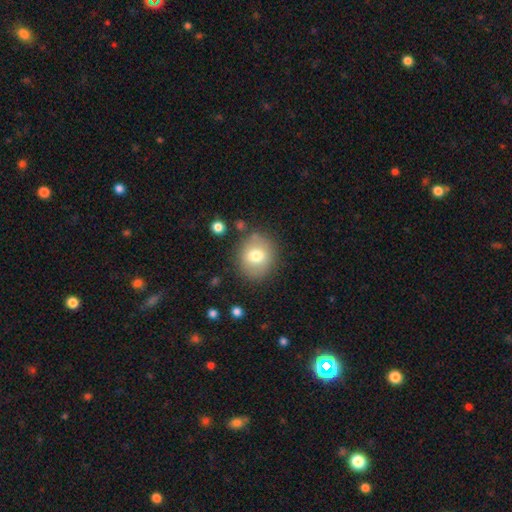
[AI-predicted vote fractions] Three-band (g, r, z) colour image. It shows a smooth galaxy with no disk features (73%) that is round (73%). Merging: none (80%).